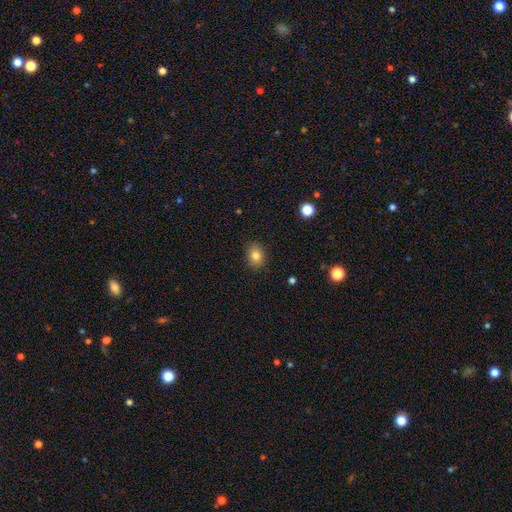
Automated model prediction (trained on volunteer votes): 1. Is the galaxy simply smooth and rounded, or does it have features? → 82% smooth, 11% star or artifact, 8% featured or disk.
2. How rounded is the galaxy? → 51% round, 48% in between, 1% cigar-shaped.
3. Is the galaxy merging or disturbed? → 88% none, 9% minor disturbance, 2% major disturbance, 1% merger.